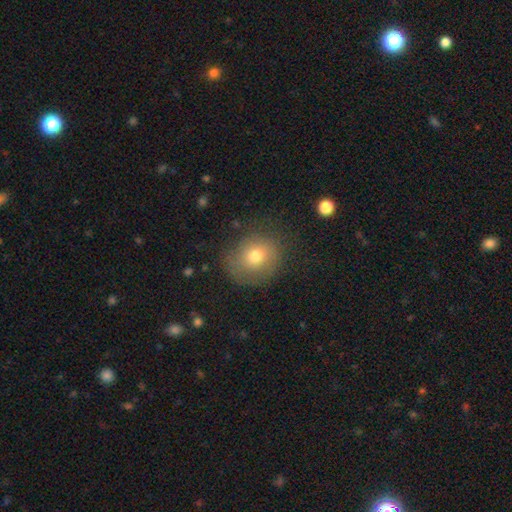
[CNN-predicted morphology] This is likely a smooth galaxy (72%). How rounded: clearly round (81%). Merging: likely none (72%).